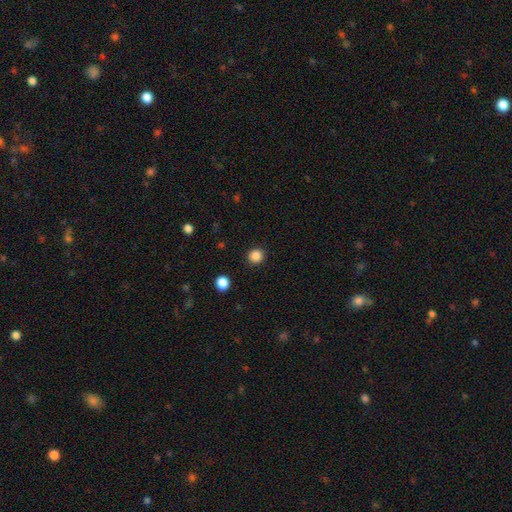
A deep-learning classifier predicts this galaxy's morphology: smooth 86%, star or artifact 11%, featured or disk 3%. Down the decision tree: how rounded — round (91%); merging — none (91%).